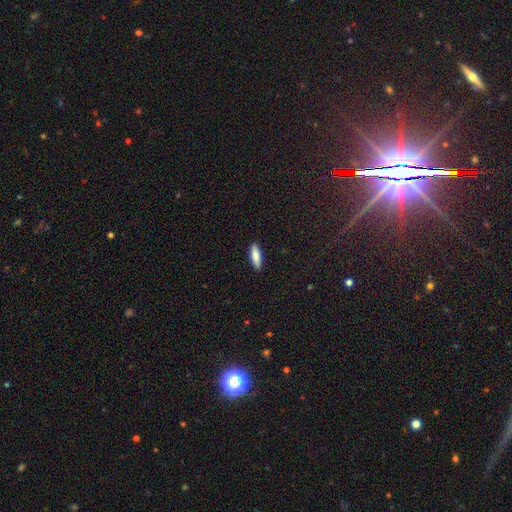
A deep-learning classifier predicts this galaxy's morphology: Smooth or featured: smooth — 80% (featured or disk — 14%)
How rounded: cigar-shaped — 57% (in between — 42%)
Merging: none — 90% (minor disturbance — 7%)